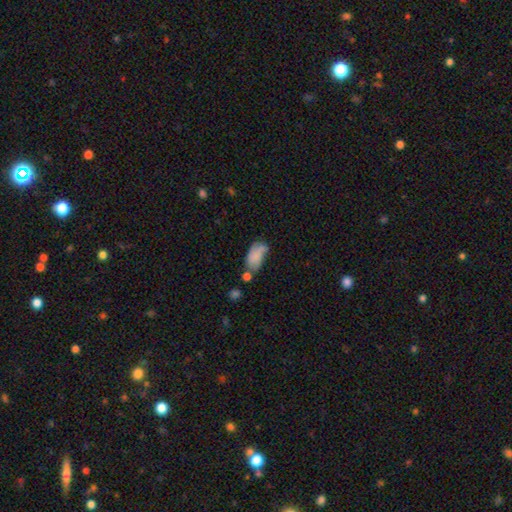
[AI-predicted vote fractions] Morphology: type=smooth (73%); roundness=in between (91%); merging=none (33%).